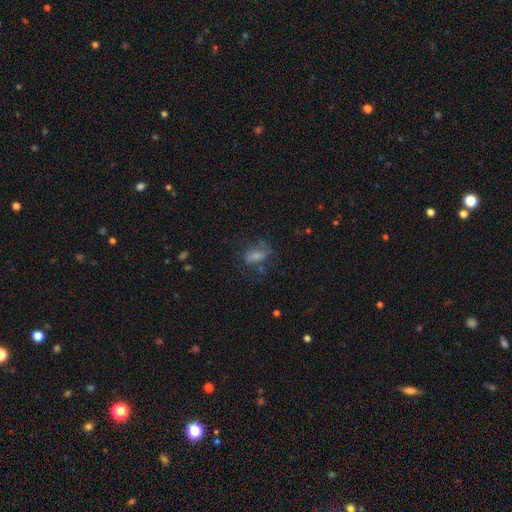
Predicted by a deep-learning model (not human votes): A smooth galaxy with no disk features (47%).

Vote fractions:
- Smooth or featured? smooth: 47% / featured or disk: 30% / star or artifact: 23%
- Merging? none: 59% / minor disturbance: 21% / major disturbance: 17% / merger: 3%